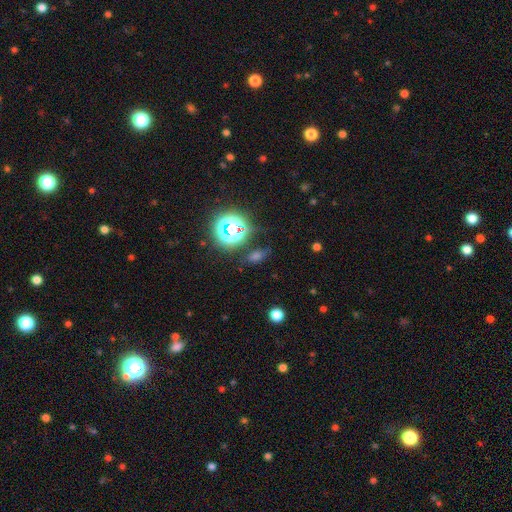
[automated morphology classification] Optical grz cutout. It shows a star or artifact, not a galaxy (47%).